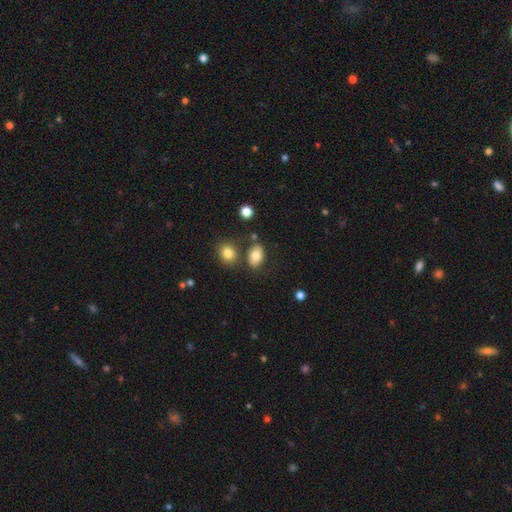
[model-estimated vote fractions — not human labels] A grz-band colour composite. It shows a smooth galaxy with no disk features (79%) that is in between round and cigar-shaped (80%). Merging: none (73%).